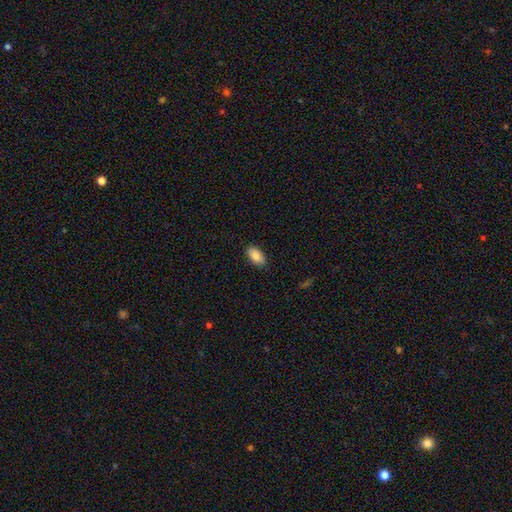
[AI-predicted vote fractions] This is clearly a smooth galaxy (86%). How rounded: clearly in between (94%). Merging: clearly none (88%).